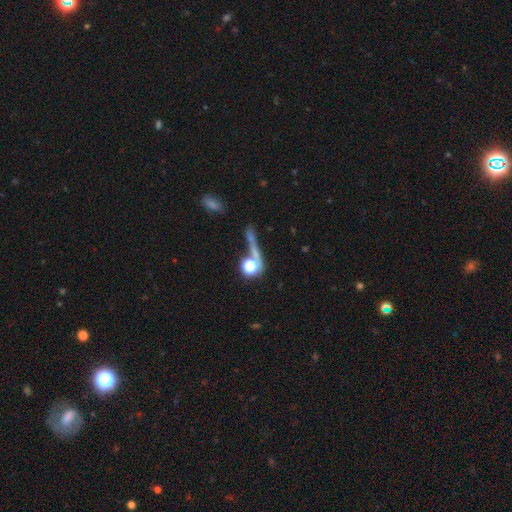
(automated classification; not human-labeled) Morphology: type=smooth (44%); merging=none (60%).